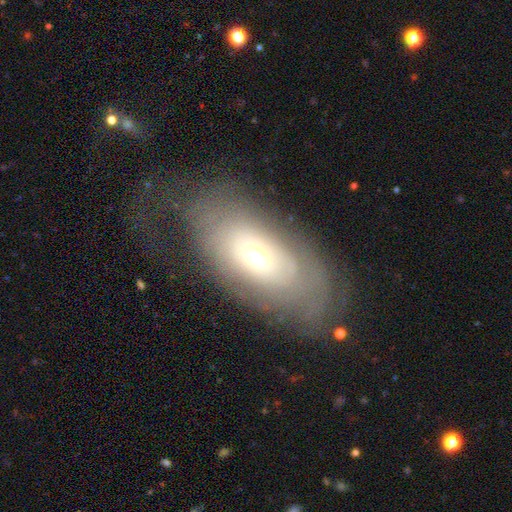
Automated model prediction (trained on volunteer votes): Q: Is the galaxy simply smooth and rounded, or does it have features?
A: featured or disk — 48%.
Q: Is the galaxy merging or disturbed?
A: none — 54%.